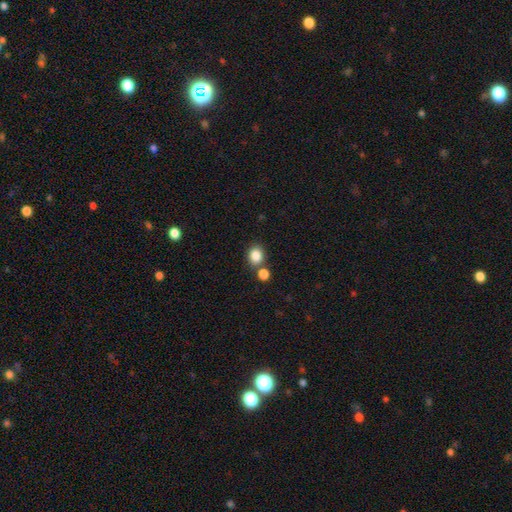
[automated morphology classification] This is clearly a smooth galaxy (85%). How rounded: likely round (62%). Merging: likely none (68%).